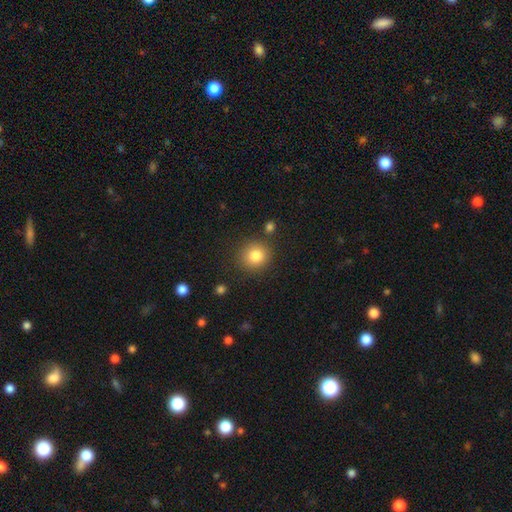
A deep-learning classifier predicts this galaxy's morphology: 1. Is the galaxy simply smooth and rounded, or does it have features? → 83% smooth, 10% star or artifact, 7% featured or disk.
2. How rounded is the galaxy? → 87% round, 12% in between, 1% cigar-shaped.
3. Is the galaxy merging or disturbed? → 84% none, 9% minor disturbance, 4% merger, 3% major disturbance.